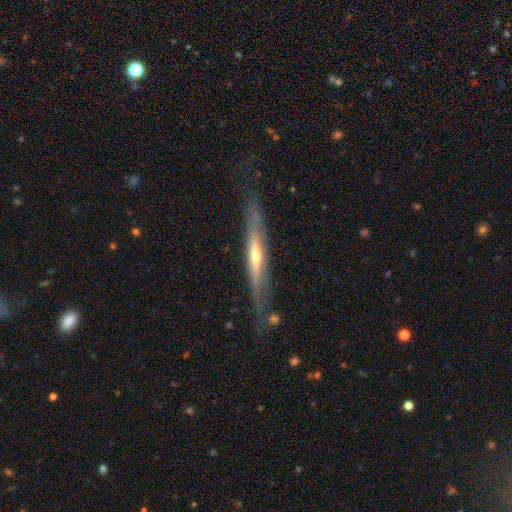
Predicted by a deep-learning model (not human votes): smooth-or-featured: featured or disk: 69% | smooth: 25% | star or artifact: 6%
  disk-edge-on: yes: 88% | no: 12%
    edge-on-bulge: rounded: 62% | none: 31% | boxy: 7%
  merging: none: 73% | minor disturbance: 18% | major disturbance: 6% | merger: 3%